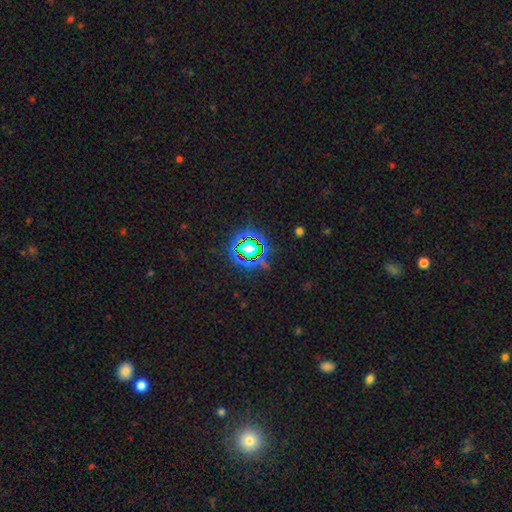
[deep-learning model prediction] Q: Smooth or featured?
A: star or artifact (75%); runner-up: smooth (15%)